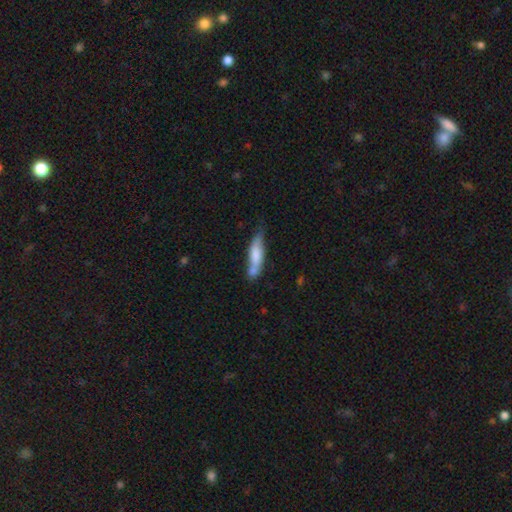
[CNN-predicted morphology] smooth 67%, featured or disk 27%, star or artifact 6%. Down the decision tree: how rounded — cigar-shaped (65%); merging — none (43%).